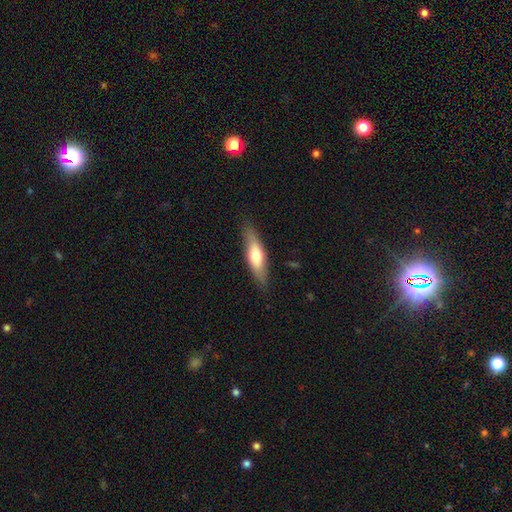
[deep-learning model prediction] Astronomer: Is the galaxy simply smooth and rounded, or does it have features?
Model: smooth — 62%.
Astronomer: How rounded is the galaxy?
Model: cigar-shaped — 59% (runner-up: in between, 39%).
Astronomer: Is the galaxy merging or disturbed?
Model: none — 83%.